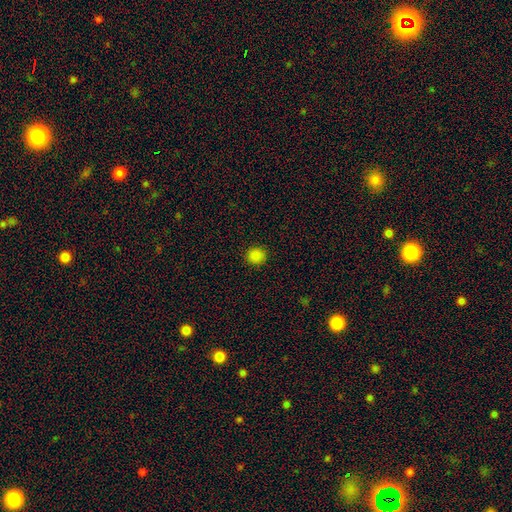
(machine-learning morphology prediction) This appears to be a smooth galaxy with no disk features (85%) that is round (89%). Merging: none (91%).